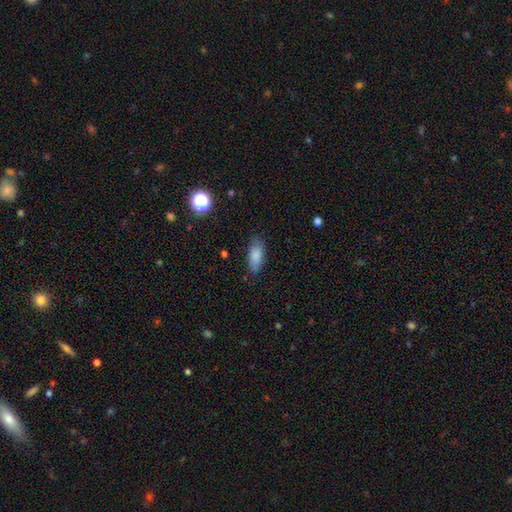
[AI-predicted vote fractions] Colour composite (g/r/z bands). It shows a smooth galaxy with no disk features (85%) that is in between round and cigar-shaped (84%). Merging: none (80%).